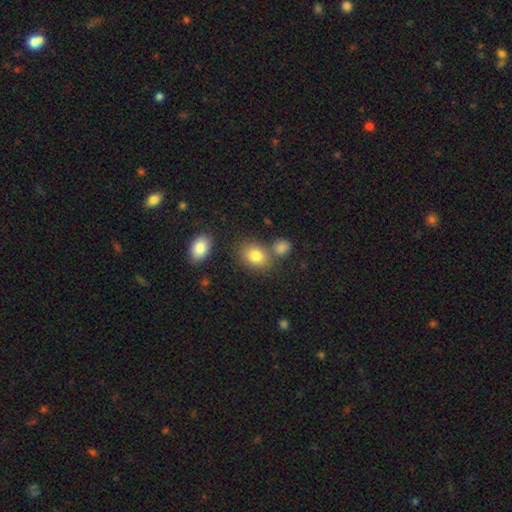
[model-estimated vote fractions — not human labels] Overall: smooth (82%). How rounded: in between (64%; round 35%). Merging: none (62%).